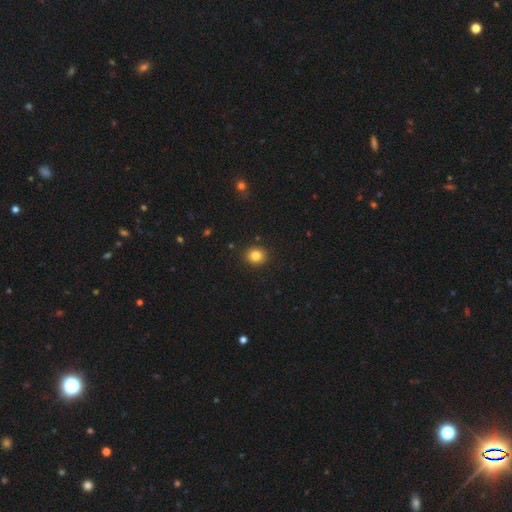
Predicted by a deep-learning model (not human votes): Morphology: type=smooth (84%); roundness=round (80%); merging=none (91%).